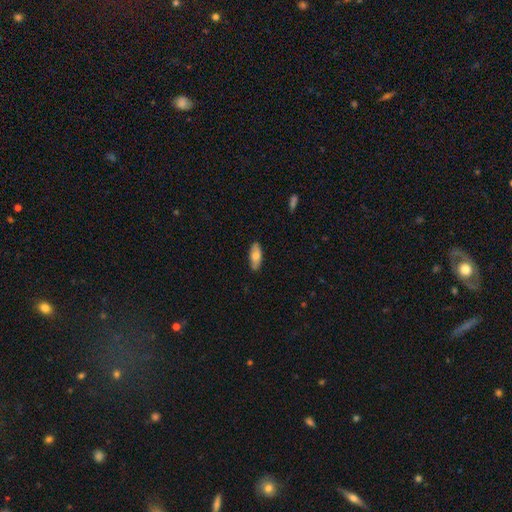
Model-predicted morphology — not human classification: The model was most divided on "smooth or featured": smooth: 70%, featured or disk: 24%, star or artifact: 6%. More confident: merging — none (87%); how rounded — in between (80%).